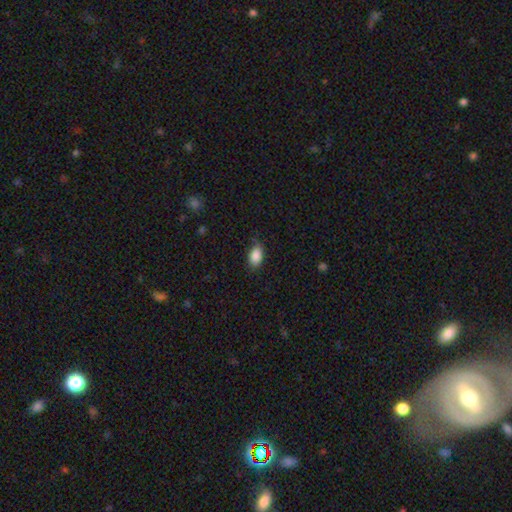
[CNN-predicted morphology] Smooth or featured?
  - smooth: 87% *
  - star or artifact: 8%
  - featured or disk: 5%
How rounded?
  - in between: 89% *
  - round: 9%
  - cigar-shaped: 2%
Merging?
  - none: 71% *
  - minor disturbance: 23%
  - major disturbance: 5%
  - merger: 1%